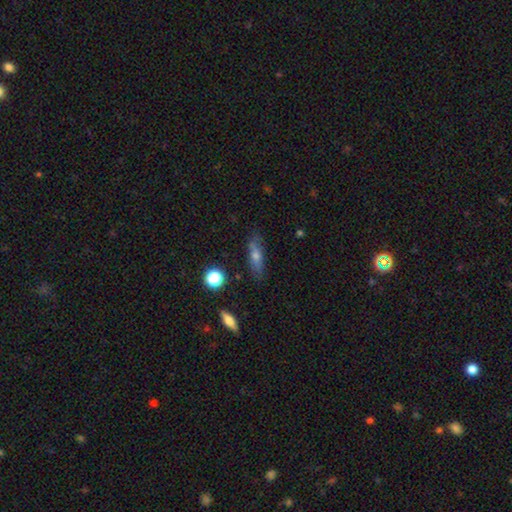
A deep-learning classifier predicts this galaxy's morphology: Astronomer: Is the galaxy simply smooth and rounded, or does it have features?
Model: smooth — 53% (runner-up: featured or disk, 36%).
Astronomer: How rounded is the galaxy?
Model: cigar-shaped — 59% (runner-up: in between, 36%).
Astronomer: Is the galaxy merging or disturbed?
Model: none — 80%.